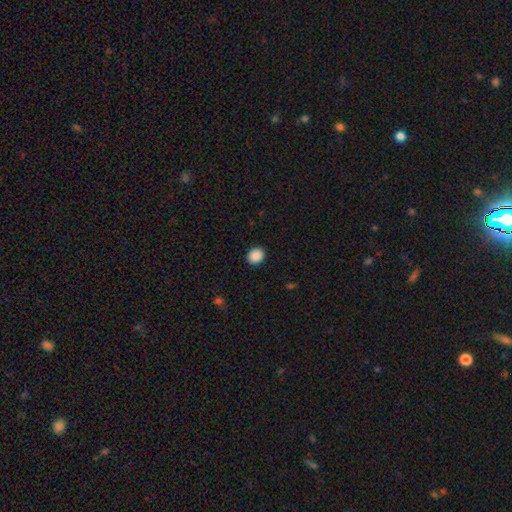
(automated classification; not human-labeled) The model was most divided on "how rounded": round: 73%, in between: 26%, cigar-shaped: 1%. More confident: merging — none (92%); smooth or featured — smooth (89%).